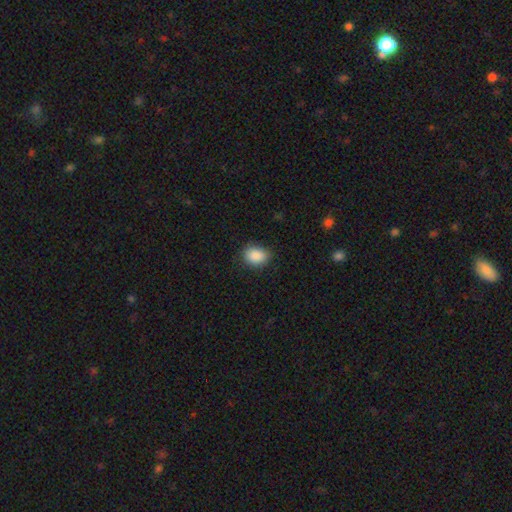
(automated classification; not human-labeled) Overall: smooth (88%). How rounded: in between (65%; round 34%). Merging: none (81%).